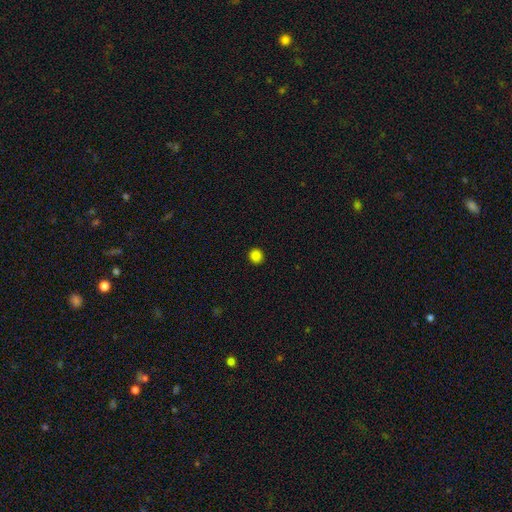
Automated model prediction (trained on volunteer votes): This is clearly a smooth galaxy (85%). How rounded: clearly round (91%). Merging: clearly none (93%).